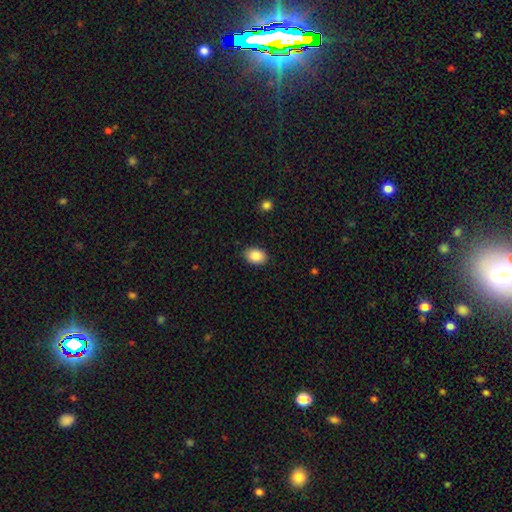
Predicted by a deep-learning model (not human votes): Overall: smooth (86%). How rounded: in between (75%). Merging: none (88%).